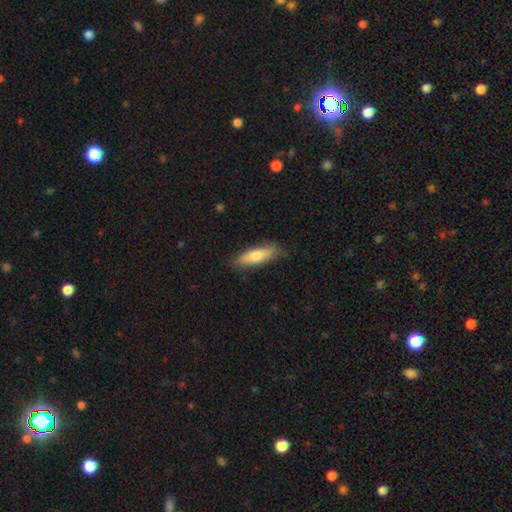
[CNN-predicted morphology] Smooth or featured?
  - smooth: 70% *
  - featured or disk: 24%
  - star or artifact: 6%
How rounded?
  - in between: 51% *
  - cigar-shaped: 47%
  - round: 2%
Merging?
  - none: 80% *
  - minor disturbance: 16%
  - major disturbance: 3%
  - merger: 1%